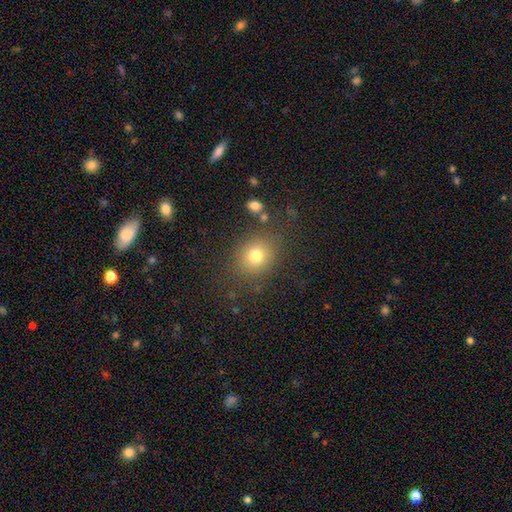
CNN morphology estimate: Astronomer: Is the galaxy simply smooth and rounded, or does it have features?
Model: smooth — 76%.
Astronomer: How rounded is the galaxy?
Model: round — 68%.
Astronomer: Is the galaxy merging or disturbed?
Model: none — 80%.